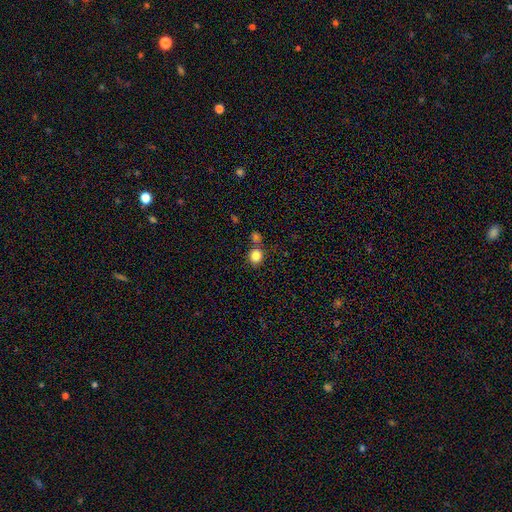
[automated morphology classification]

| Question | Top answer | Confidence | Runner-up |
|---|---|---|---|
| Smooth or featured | smooth | 84% | star or artifact (11%) |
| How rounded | round | 79% | in between (20%) |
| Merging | none | 69% | merger (17%) |